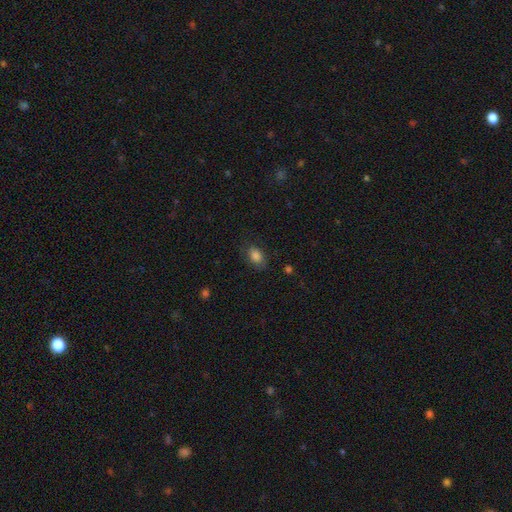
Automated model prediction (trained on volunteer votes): Smooth or featured?
  - smooth: 84% *
  - star or artifact: 9%
  - featured or disk: 7%
How rounded?
  - in between: 83% *
  - round: 16%
  - cigar-shaped: 1%
Merging?
  - none: 77% *
  - minor disturbance: 17%
  - major disturbance: 5%
  - merger: 1%